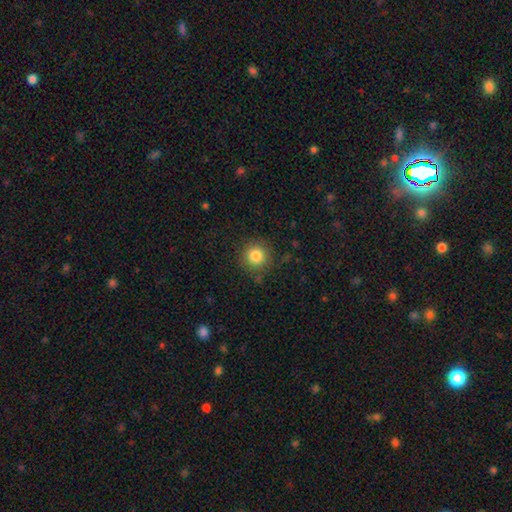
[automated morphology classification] Q: Smooth or featured?
A: smooth (84%); runner-up: star or artifact (11%)
Q: How rounded?
A: round (94%); runner-up: in between (5%)
Q: Merging?
A: none (85%); runner-up: minor disturbance (10%)